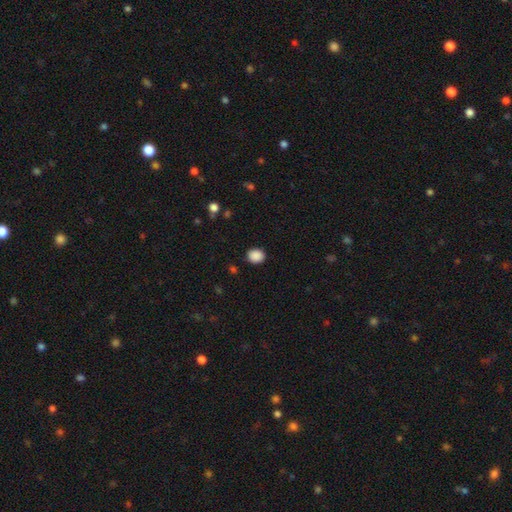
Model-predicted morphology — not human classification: Smooth or featured? Predicted: smooth (p=0.89). How rounded? Predicted: round (p=0.61). Merging? Predicted: none (p=0.89).